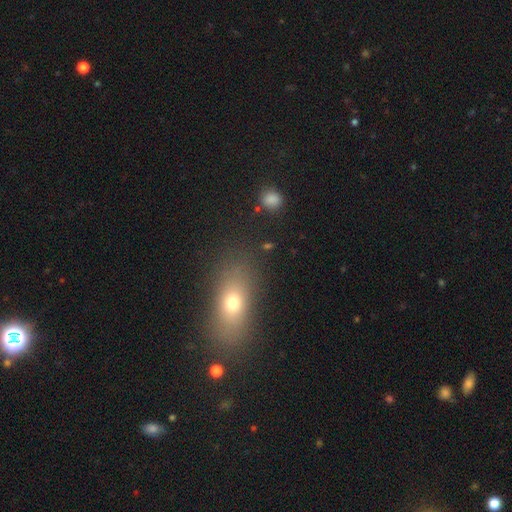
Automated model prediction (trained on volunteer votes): Smooth or featured?
  - smooth: 62% *
  - star or artifact: 21%
  - featured or disk: 17%
How rounded?
  - in between: 74% *
  - cigar-shaped: 15%
  - round: 12%
Merging?
  - none: 85% *
  - minor disturbance: 9%
  - major disturbance: 3%
  - merger: 3%